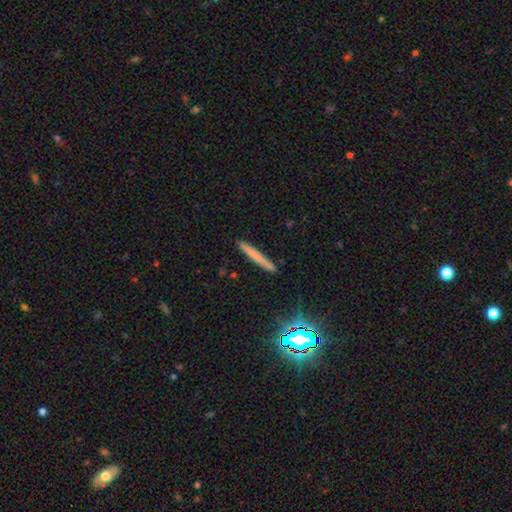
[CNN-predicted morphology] Smooth or featured: smooth — 63% (featured or disk — 26%)
How rounded: cigar-shaped — 96% (in between — 2%)
Merging: none — 90% (minor disturbance — 7%)